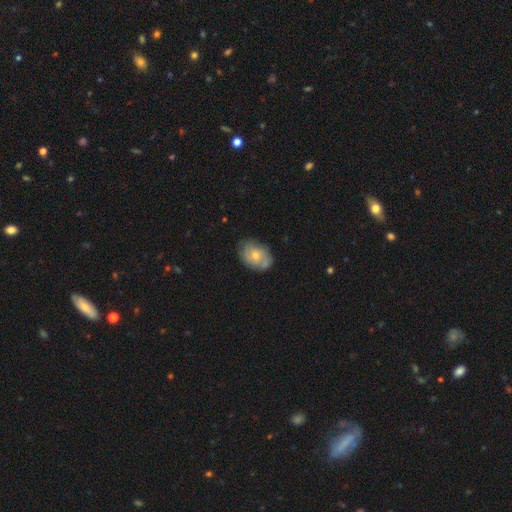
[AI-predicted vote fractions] Overall: smooth (53%; featured or disk 40%). How rounded: in between (73%). Merging: none (70%).